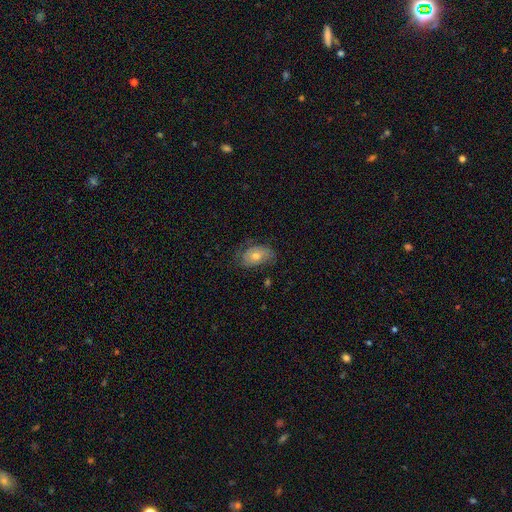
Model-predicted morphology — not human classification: The model was most divided on "smooth or featured": smooth: 46%, featured or disk: 44%, star or artifact: 10%. More confident: merging — none (63%).